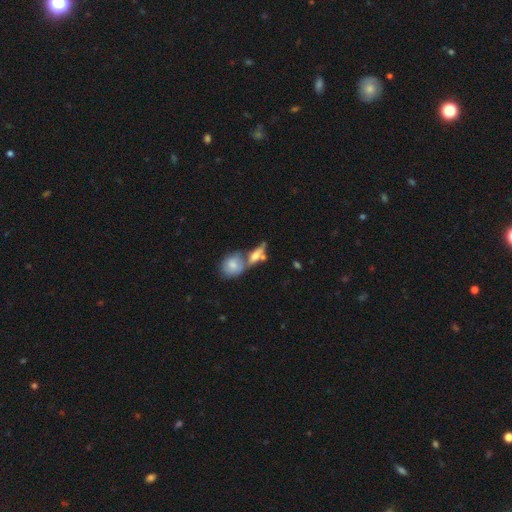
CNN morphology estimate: This appears to be a smooth galaxy with no disk features (47%). Merging: merger (45%).